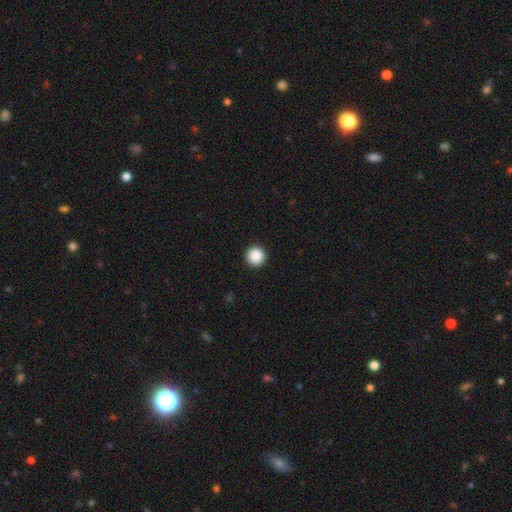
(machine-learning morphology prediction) The model was most divided on "smooth or featured": smooth: 88%, star or artifact: 9%, featured or disk: 3%. More confident: how rounded — round (97%); merging — none (93%).